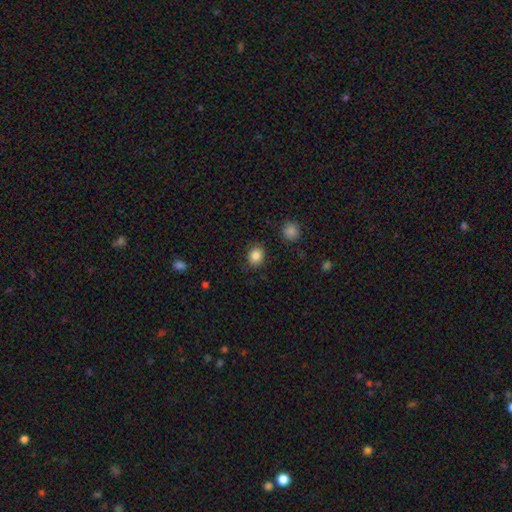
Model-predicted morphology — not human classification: Smooth or featured?
  - smooth: 85% *
  - star or artifact: 10%
  - featured or disk: 5%
How rounded?
  - round: 62% *
  - in between: 37%
  - cigar-shaped: 1%
Merging?
  - none: 86% *
  - minor disturbance: 9%
  - major disturbance: 3%
  - merger: 2%